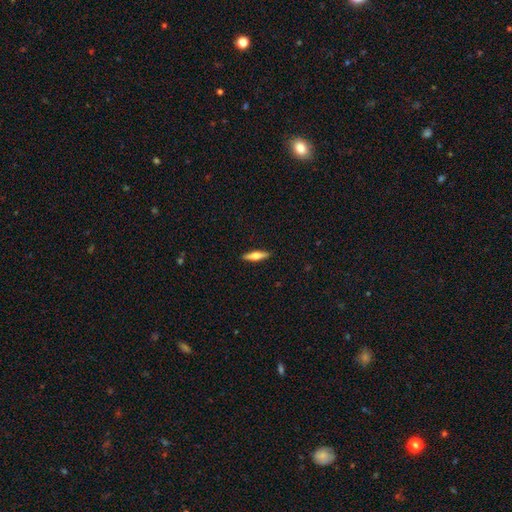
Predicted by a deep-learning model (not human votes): Smooth or featured?
  - smooth: 53% *
  - featured or disk: 41%
  - star or artifact: 6%
How rounded?
  - cigar-shaped: 73% *
  - in between: 25%
  - round: 2%
Merging?
  - none: 91% *
  - minor disturbance: 7%
  - major disturbance: 1%
  - merger: 1%